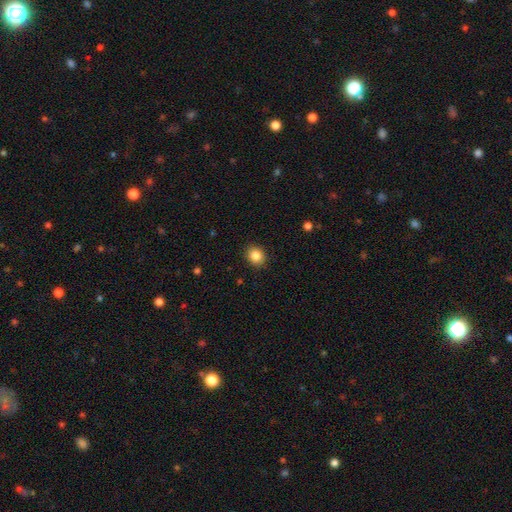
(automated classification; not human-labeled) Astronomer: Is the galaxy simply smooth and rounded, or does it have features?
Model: smooth — 86%.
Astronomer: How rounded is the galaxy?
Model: round — 73%.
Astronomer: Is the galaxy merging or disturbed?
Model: none — 90%.